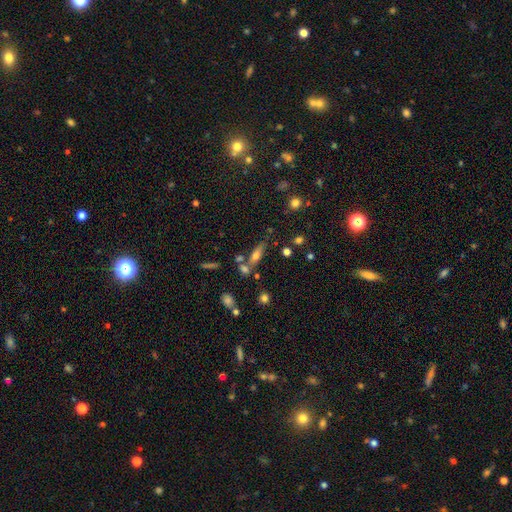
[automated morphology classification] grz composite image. It shows a smooth galaxy with no disk features (56%) that is in between round and cigar-shaped (48%, tied with cigar-shaped). Merging: none (57%).